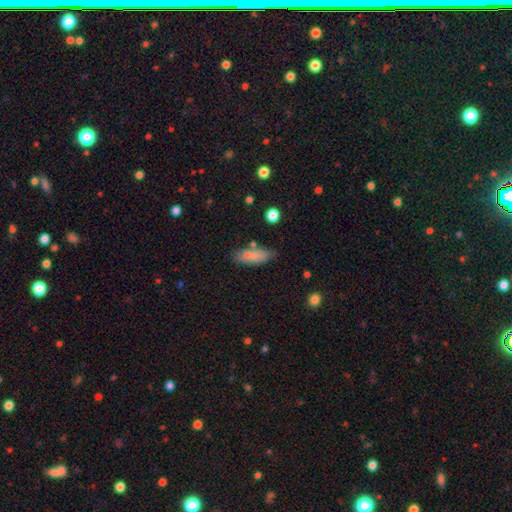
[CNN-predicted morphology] Smooth or featured?
  - smooth: 76% *
  - featured or disk: 17%
  - star or artifact: 7%
How rounded?
  - in between: 69% *
  - cigar-shaped: 28%
  - round: 3%
Merging?
  - none: 65% *
  - minor disturbance: 19%
  - merger: 11%
  - major disturbance: 5%